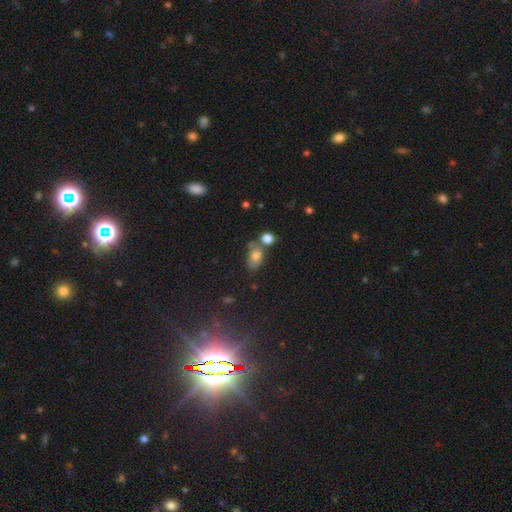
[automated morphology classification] smooth 73%, featured or disk 15%, star or artifact 12%. Down the decision tree: how rounded — in between (78%); merging — none (47%).